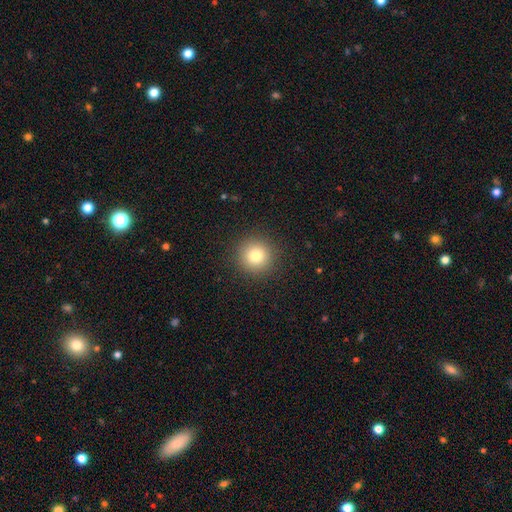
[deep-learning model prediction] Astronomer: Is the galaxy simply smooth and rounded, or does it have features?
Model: smooth — 79%.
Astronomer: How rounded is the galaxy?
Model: round — 95%.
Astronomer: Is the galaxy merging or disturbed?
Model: none — 92%.